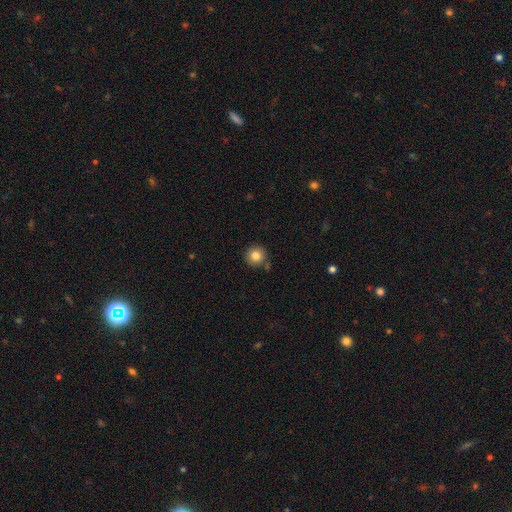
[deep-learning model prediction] Smooth or featured?
  - smooth: 82% *
  - star or artifact: 11%
  - featured or disk: 7%
How rounded?
  - round: 95% *
  - in between: 4%
  - cigar-shaped: 1%
Merging?
  - none: 84% *
  - minor disturbance: 9%
  - merger: 5%
  - major disturbance: 2%